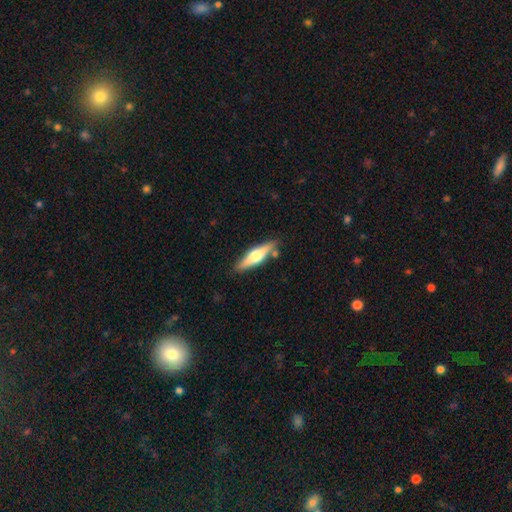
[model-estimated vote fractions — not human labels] Morphology: type=featured or disk (52%); edge-on=yes (94%); merging=none (81%).